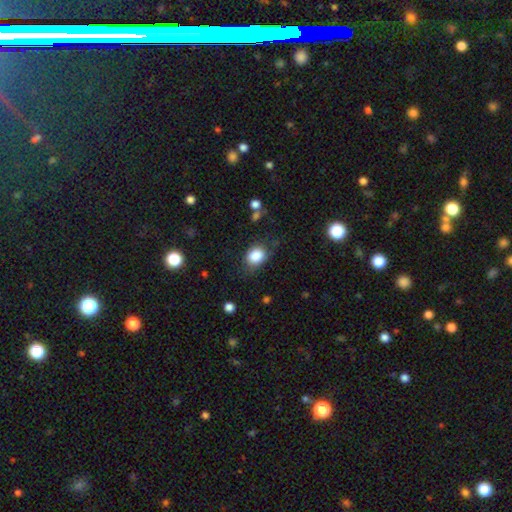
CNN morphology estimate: smooth-or-featured: smooth: 84% | star or artifact: 9% | featured or disk: 7%
  how-rounded: in between: 50% | round: 49% | cigar-shaped: 1%
  merging: none: 71% | minor disturbance: 20% | major disturbance: 7% | merger: 2%